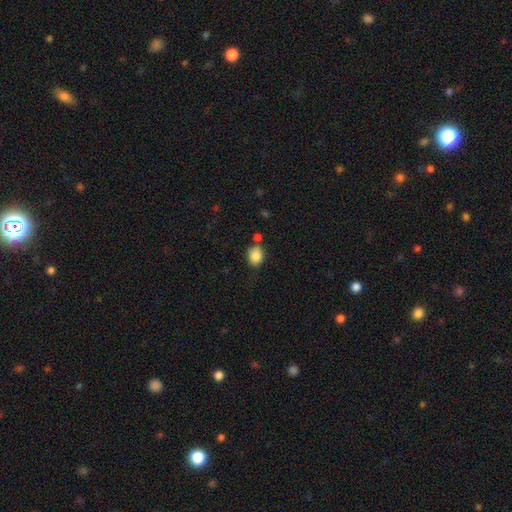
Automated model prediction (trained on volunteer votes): smooth_or_featured: smooth (p=0.86) [alt: star or artifact p=0.09]
how_rounded: in between (p=0.51) [alt: round p=0.48]
merging: none (p=0.63) [alt: minor disturbance p=0.17]